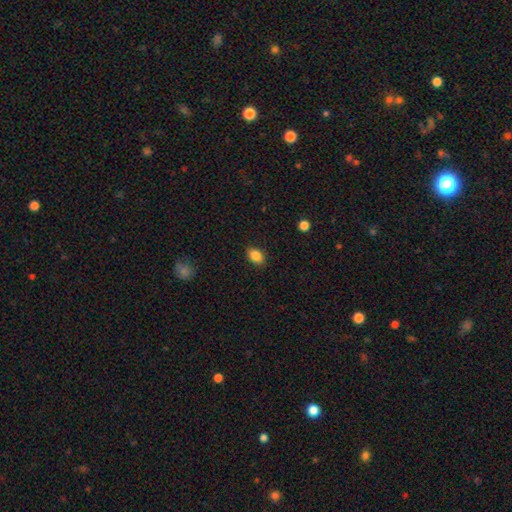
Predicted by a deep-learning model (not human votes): A smooth galaxy with no disk features (87%) that is in between round and cigar-shaped (75%).

Vote fractions:
- Smooth or featured? smooth: 87% / star or artifact: 9% / featured or disk: 5%
- How rounded? in between: 75% / round: 24% / cigar-shaped: 1%
- Merging? none: 87% / minor disturbance: 10% / major disturbance: 2% / merger: 1%